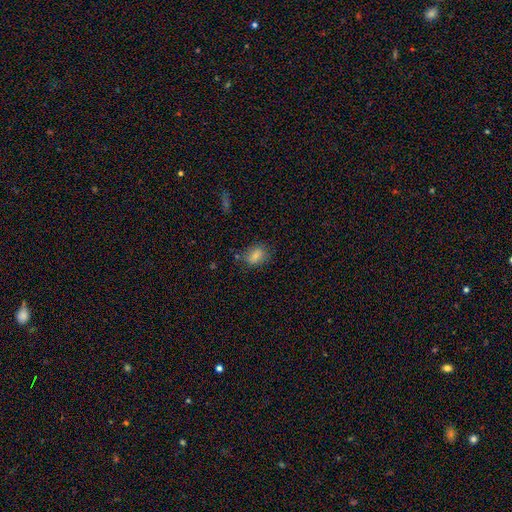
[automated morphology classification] A smooth galaxy with no disk features (78%) that is in between round and cigar-shaped (69%). Merging: none (70%).